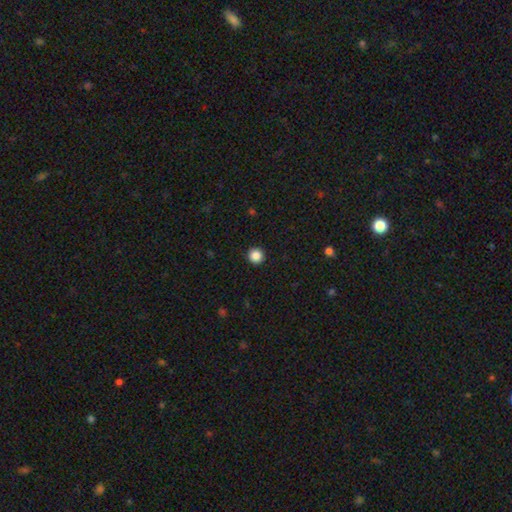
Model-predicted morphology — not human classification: Overall: smooth (87%). How rounded: round (96%). Merging: none (94%).